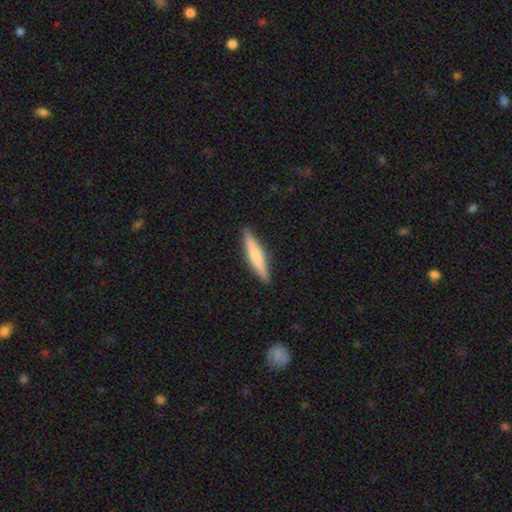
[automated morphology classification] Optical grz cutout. It shows a smooth galaxy with no disk features (58%) that is cigar-shaped (91%). Merging: none (91%).